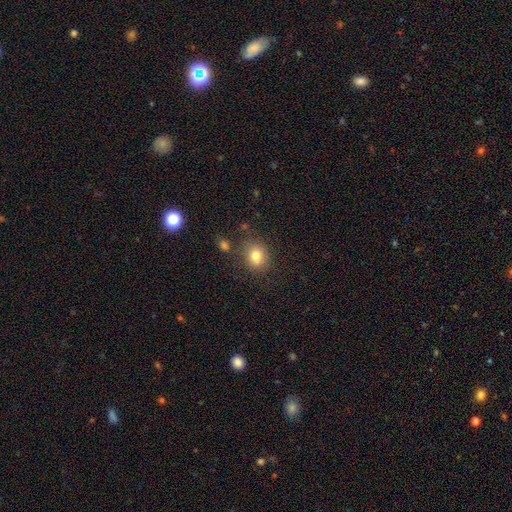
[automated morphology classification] A smooth galaxy with no disk features (78%) that is round (61%). Merging: none (75%).